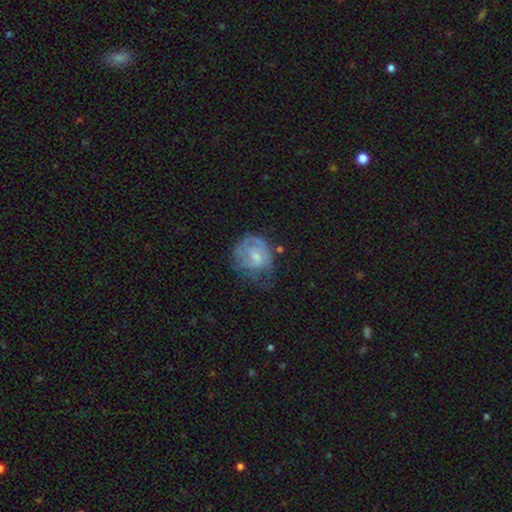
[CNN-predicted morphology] This appears to be a featured or disk galaxy (58%) with no bar (47%), spiral arms (63%) and a moderate central bulge (41%). Merging: none (40%).